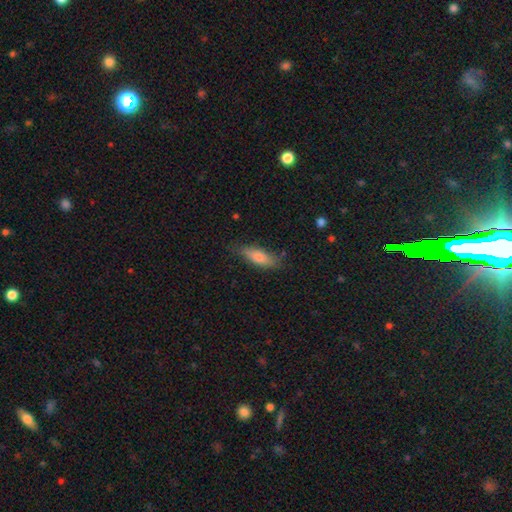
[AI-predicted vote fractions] Smooth or featured: smooth — 70% (featured or disk — 21%)
How rounded: cigar-shaped — 53% (in between — 45%)
Merging: none — 78% (minor disturbance — 17%)